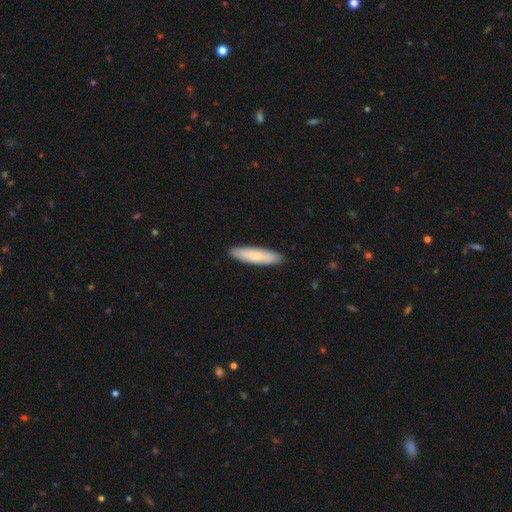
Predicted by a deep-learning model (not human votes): Smooth or featured?
  - smooth: 78% *
  - featured or disk: 17%
  - star or artifact: 5%
How rounded?
  - cigar-shaped: 72% *
  - in between: 26%
  - round: 1%
Merging?
  - none: 90% *
  - minor disturbance: 8%
  - major disturbance: 1%
  - merger: 1%